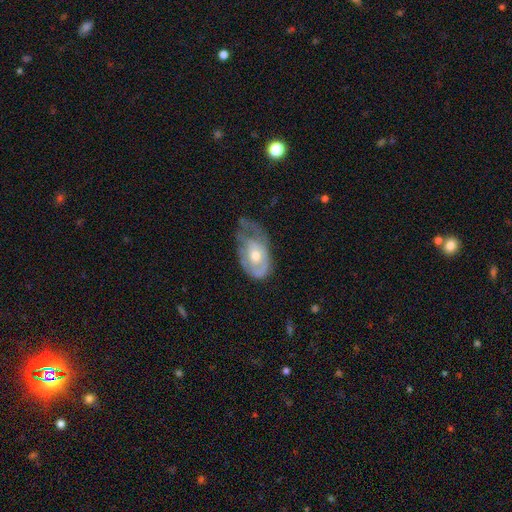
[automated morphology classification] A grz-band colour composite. It shows a featured or disk galaxy (61%) with no bar (79%), spiral arms (58%) and a moderate central bulge (59%). Merging: major disturbance (38%).